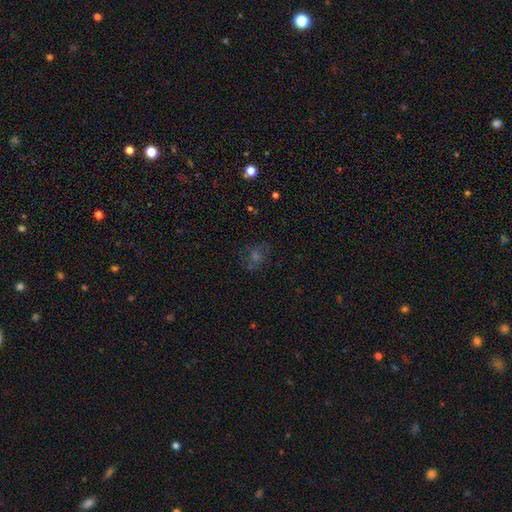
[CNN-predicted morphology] smooth_or_featured: smooth (p=0.36) [alt: star or artifact p=0.35]
merging: none (p=0.72) [alt: minor disturbance p=0.16]